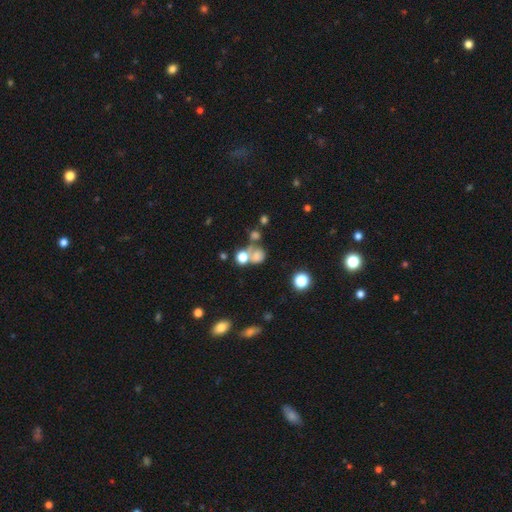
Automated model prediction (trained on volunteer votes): smooth_or_featured: smooth (p=0.66) [alt: star or artifact p=0.19]
how_rounded: round (p=0.73) [alt: in between p=0.26]
merging: merger (p=0.41) [alt: none p=0.37]